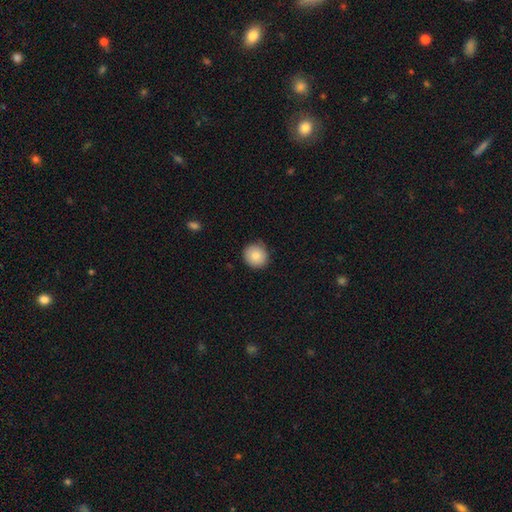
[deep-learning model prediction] Smooth or featured: smooth — 83% (featured or disk — 8%)
How rounded: round — 91% (in between — 8%)
Merging: none — 86% (minor disturbance — 11%)